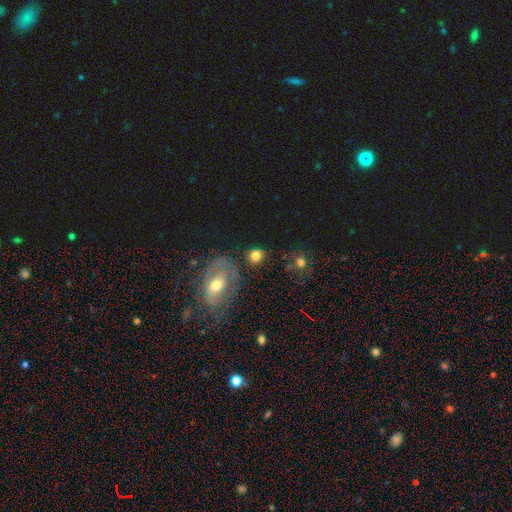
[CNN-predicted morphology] This appears to be a smooth galaxy with no disk features (76%) that is round (77%). Merging: none (80%).